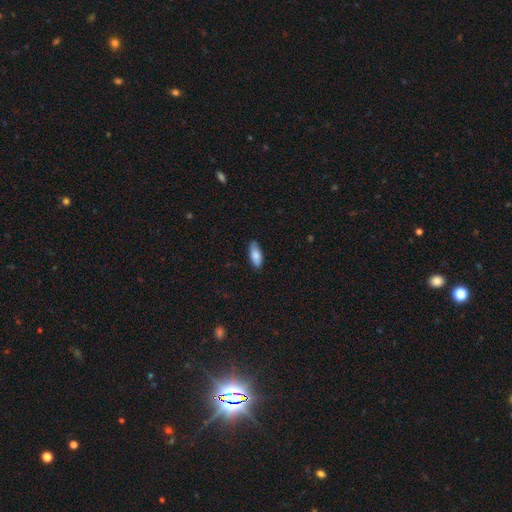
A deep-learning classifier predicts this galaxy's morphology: Smooth or featured? smooth (84%)
How rounded? in between (77%)
Merging? none (84%)